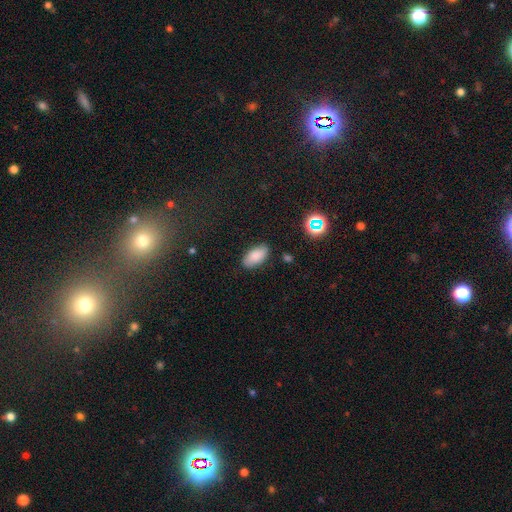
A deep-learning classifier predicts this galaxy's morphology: Smooth or featured? smooth (85%)
How rounded? in between (93%)
Merging? none (85%)